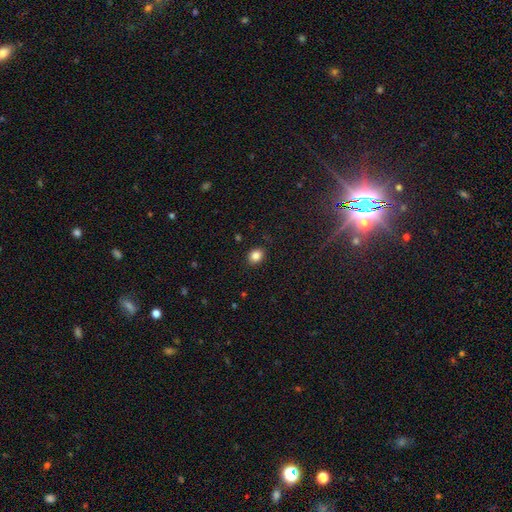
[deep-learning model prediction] Morphology: type=smooth (85%); roundness=round (51%); merging=none (88%).